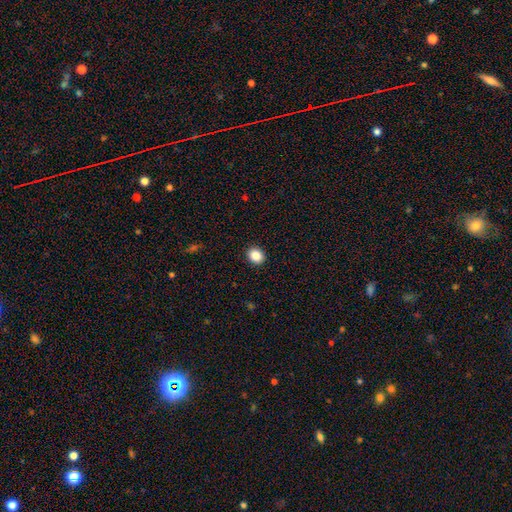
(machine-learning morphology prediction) Overall: smooth (87%). How rounded: round (63%; in between 36%). Merging: none (91%).